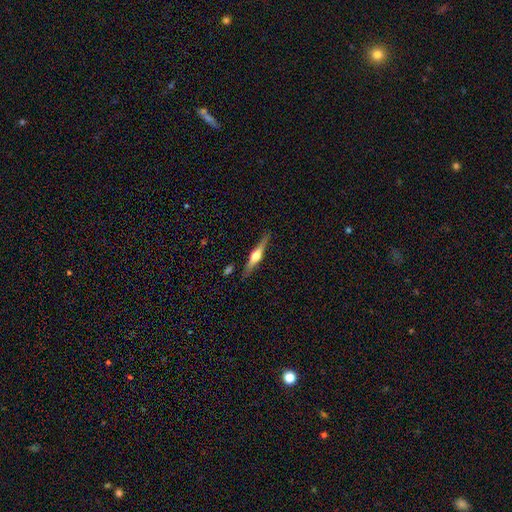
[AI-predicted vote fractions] The model was most divided on "smooth or featured": featured or disk: 75%, smooth: 20%, star or artifact: 5%. More confident: edge-on disk — yes (98%); edge-on bulge — rounded (94%); merging — none (87%).